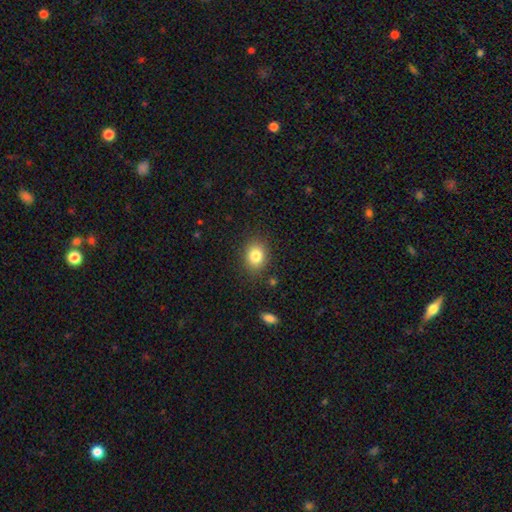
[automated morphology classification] Smooth or featured? Predicted: smooth (p=0.83). How rounded? Predicted: in between (p=0.50). Merging? Predicted: none (p=0.85).